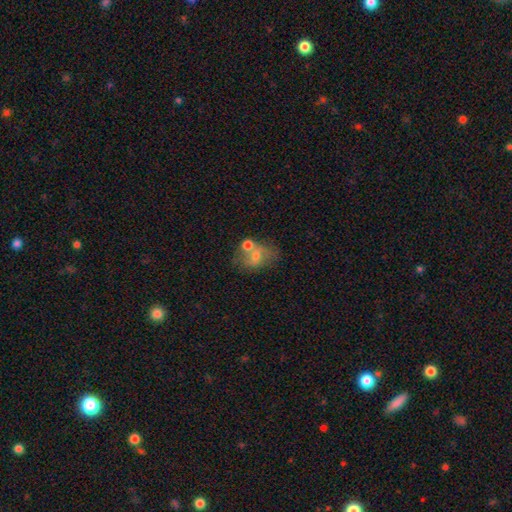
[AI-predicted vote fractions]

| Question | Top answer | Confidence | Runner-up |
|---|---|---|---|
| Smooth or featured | smooth | 53% | featured or disk (34%) |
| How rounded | in between | 69% | round (30%) |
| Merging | none | 41% | merger (31%) |